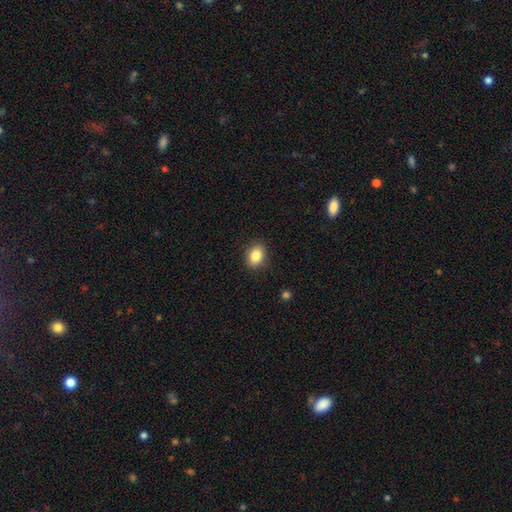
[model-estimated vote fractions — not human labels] Smooth or featured? Predicted: smooth (p=0.85). How rounded? Predicted: in between (p=0.67). Merging? Predicted: none (p=0.88).